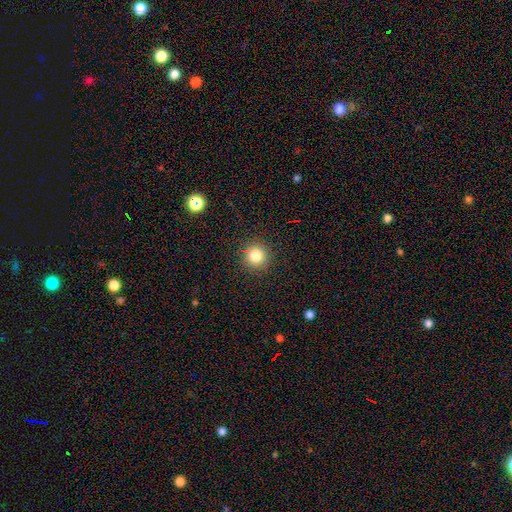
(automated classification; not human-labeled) Smooth or featured? Predicted: smooth (p=0.81). How rounded? Predicted: round (p=0.93). Merging? Predicted: none (p=0.90).